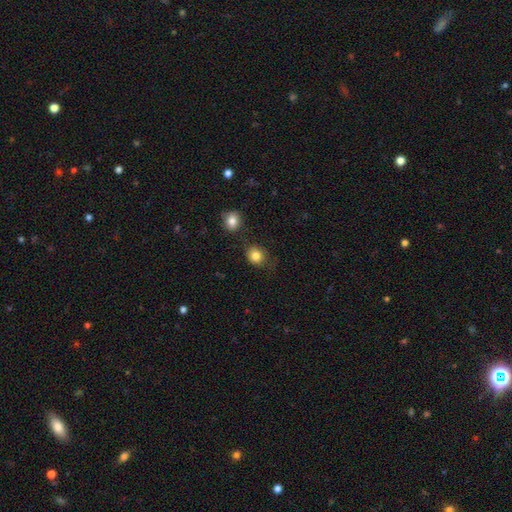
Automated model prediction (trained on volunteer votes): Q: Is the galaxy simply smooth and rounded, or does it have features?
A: smooth — 84%.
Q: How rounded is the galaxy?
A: round — 69%.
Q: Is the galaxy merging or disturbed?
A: none — 72%.